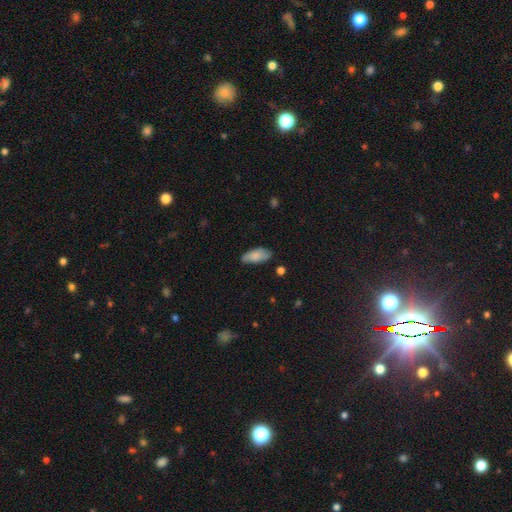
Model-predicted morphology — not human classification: smooth-or-featured: smooth: 81% | featured or disk: 12% | star or artifact: 6%
  how-rounded: in between: 86% | cigar-shaped: 12% | round: 2%
  merging: none: 70% | minor disturbance: 24% | major disturbance: 4% | merger: 2%